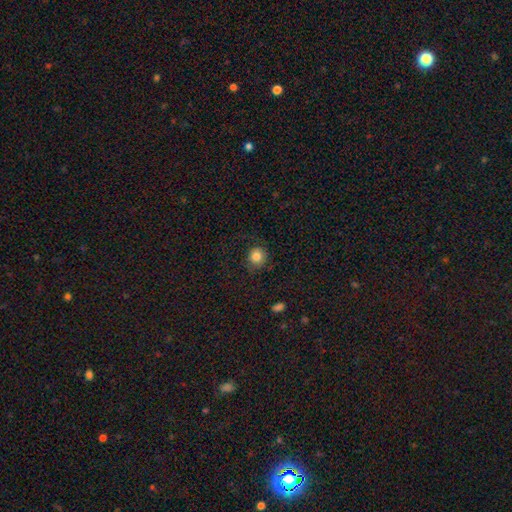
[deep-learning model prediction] smooth_or_featured: smooth (p=0.83) [alt: star or artifact p=0.11]
how_rounded: round (p=0.90) [alt: in between p=0.09]
merging: none (p=0.80) [alt: minor disturbance p=0.14]